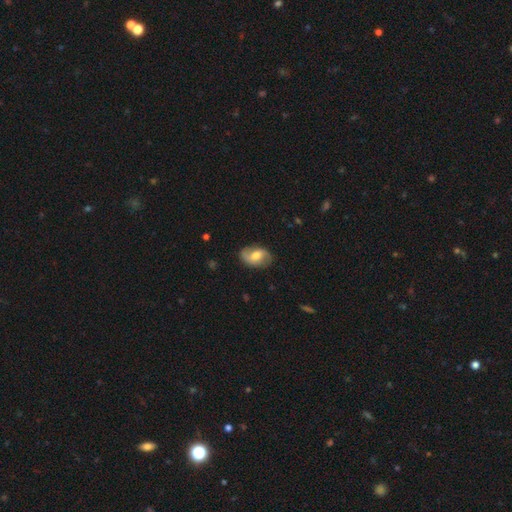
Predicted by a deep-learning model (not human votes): featured or disk 68%, smooth 26%, star or artifact 7%. Down the decision tree: edge-on disk — no (97%); bar — weak (46%); spiral arms — yes (90%); spiral arm count — 2 (89%); spiral winding — loose (49%); bulge size — moderate (66%); merging — none (80%).